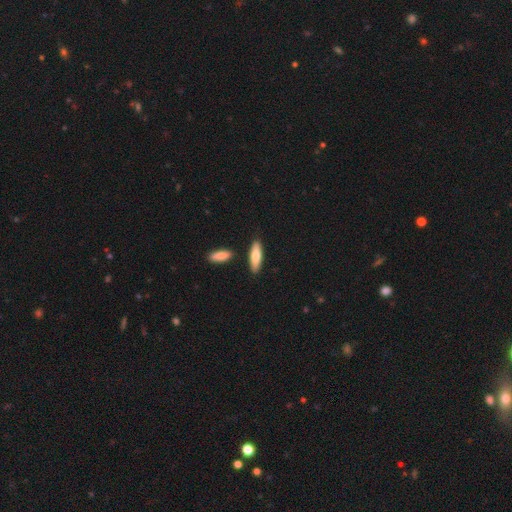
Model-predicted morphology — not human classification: This is likely a smooth galaxy (74%). How rounded: possibly cigar-shaped (51%). Merging: clearly none (83%).